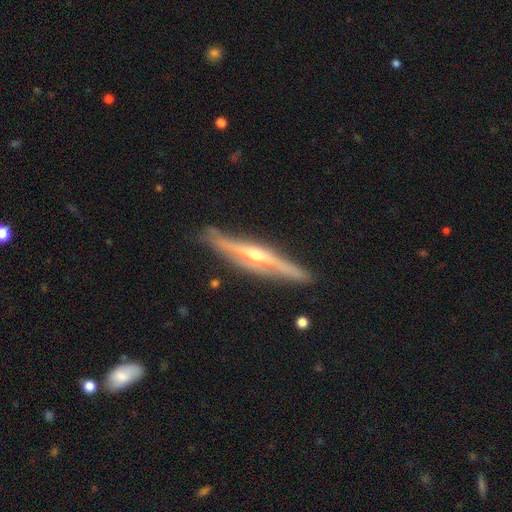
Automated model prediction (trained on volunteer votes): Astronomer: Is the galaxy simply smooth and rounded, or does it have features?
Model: featured or disk — 83%.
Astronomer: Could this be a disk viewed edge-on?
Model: yes — 95%.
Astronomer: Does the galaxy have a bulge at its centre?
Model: rounded — 88%.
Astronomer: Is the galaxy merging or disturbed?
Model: none — 85%.